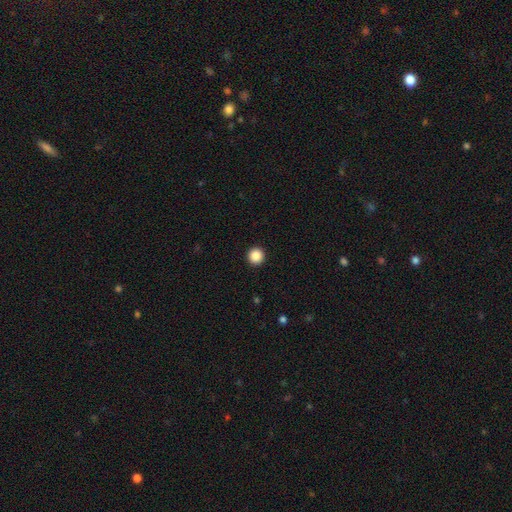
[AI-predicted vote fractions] This appears to be a smooth galaxy with no disk features (87%) that is round (96%). Merging: none (94%).